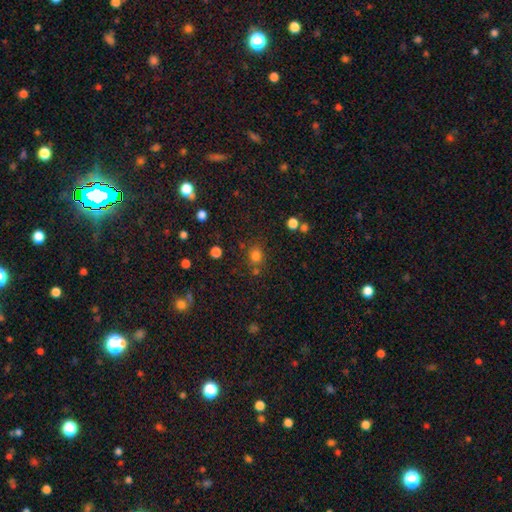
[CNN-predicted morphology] smooth 78%, star or artifact 17%, featured or disk 6%. Down the decision tree: how rounded — round (71%); merging — none (74%).